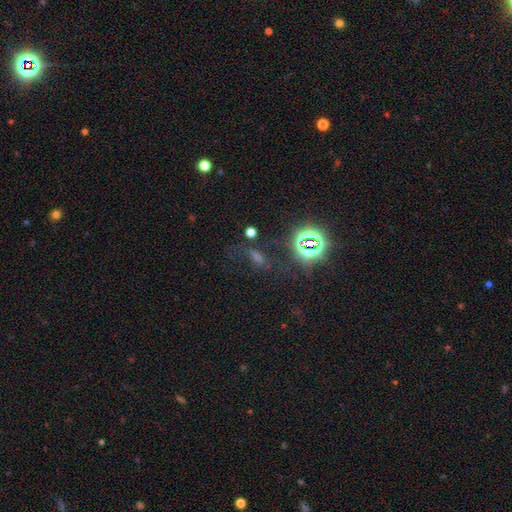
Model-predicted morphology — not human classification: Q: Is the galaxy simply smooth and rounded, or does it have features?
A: star or artifact — 47%.